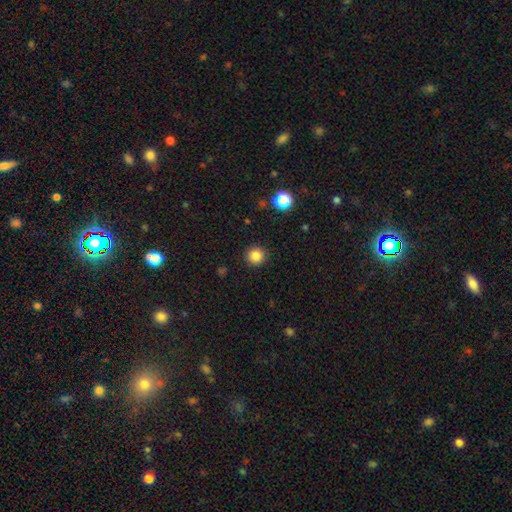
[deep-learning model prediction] The model was most divided on "smooth or featured": smooth: 84%, star or artifact: 11%, featured or disk: 4%. More confident: how rounded — round (94%); merging — none (92%).